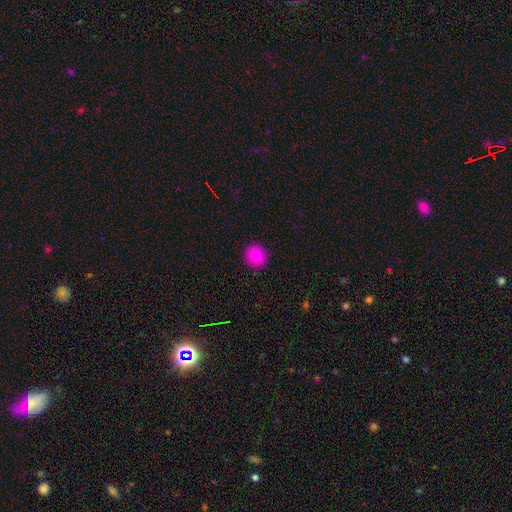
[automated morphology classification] type=smooth (82%); roundness=round (92%); merging=none (93%).